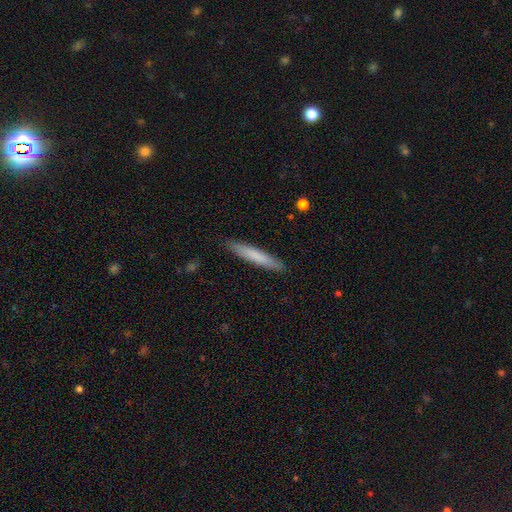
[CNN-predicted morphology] Smooth or featured: smooth — 75% (featured or disk — 20%)
How rounded: cigar-shaped — 93% (in between — 5%)
Merging: none — 90% (minor disturbance — 8%)